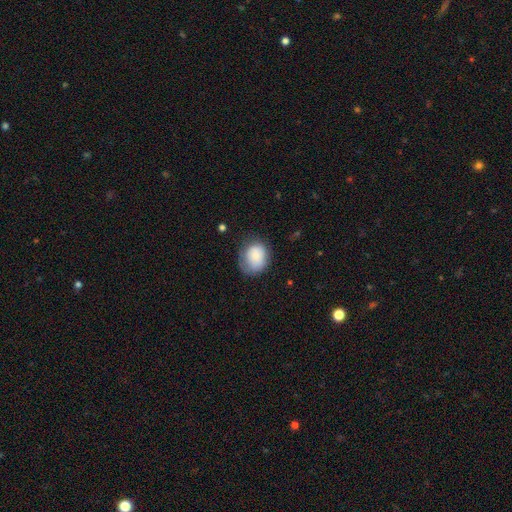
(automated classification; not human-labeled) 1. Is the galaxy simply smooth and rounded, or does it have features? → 80% smooth, 13% featured or disk, 7% star or artifact.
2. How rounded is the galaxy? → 56% round, 43% in between, 1% cigar-shaped.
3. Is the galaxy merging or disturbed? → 58% none, 28% minor disturbance, 12% major disturbance, 2% merger.